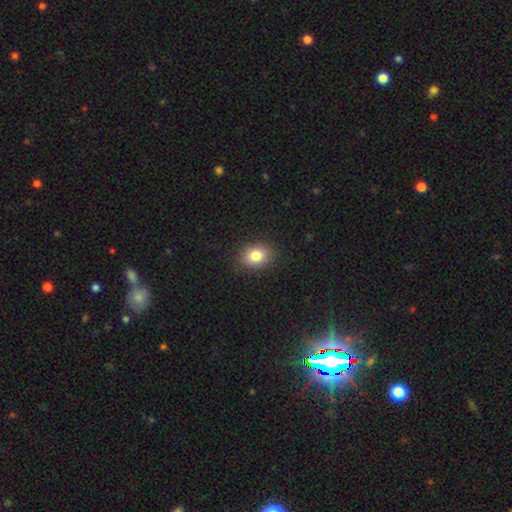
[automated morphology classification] Smooth or featured?
  - smooth: 82% *
  - star or artifact: 10%
  - featured or disk: 7%
How rounded?
  - in between: 50% *
  - round: 49%
  - cigar-shaped: 1%
Merging?
  - none: 88% *
  - minor disturbance: 9%
  - major disturbance: 3%
  - merger: 1%